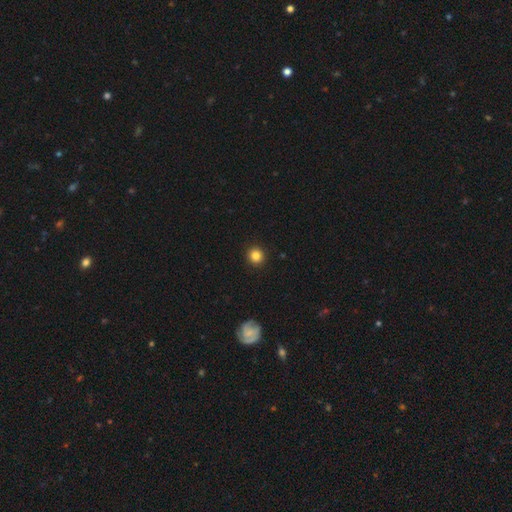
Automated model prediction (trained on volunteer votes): Q: Smooth or featured?
A: smooth (84%); runner-up: star or artifact (11%)
Q: How rounded?
A: round (93%); runner-up: in between (6%)
Q: Merging?
A: none (93%); runner-up: minor disturbance (4%)